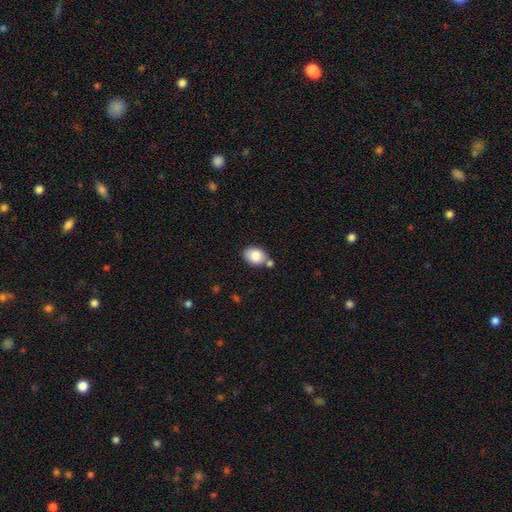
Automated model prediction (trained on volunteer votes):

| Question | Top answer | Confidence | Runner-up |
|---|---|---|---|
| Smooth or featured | smooth | 83% | featured or disk (10%) |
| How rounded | in between | 70% | round (29%) |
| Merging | none | 67% | minor disturbance (15%) |